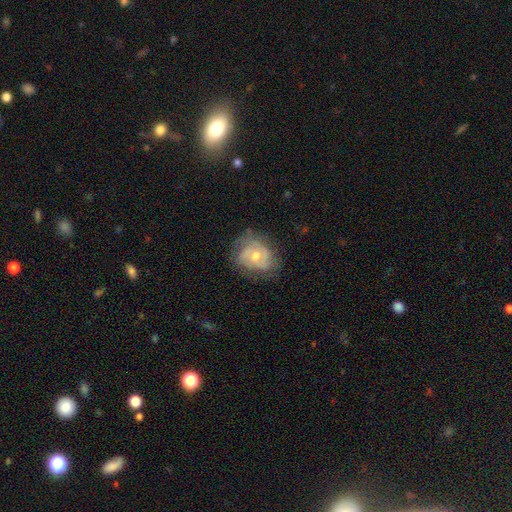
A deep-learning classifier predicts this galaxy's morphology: smooth-or-featured: featured or disk: 61% | smooth: 32% | star or artifact: 7%
  disk-edge-on: no: 97% | yes: 3%
    bar: no: 75% | weak: 21% | strong: 4%
    has-spiral-arms: yes: 72% | no: 28%
    bulge-size: moderate: 61% | small: 34% | large: 3% | none: 1% | dominant: 1%
  merging: none: 60% | minor disturbance: 26% | major disturbance: 12% | merger: 1%